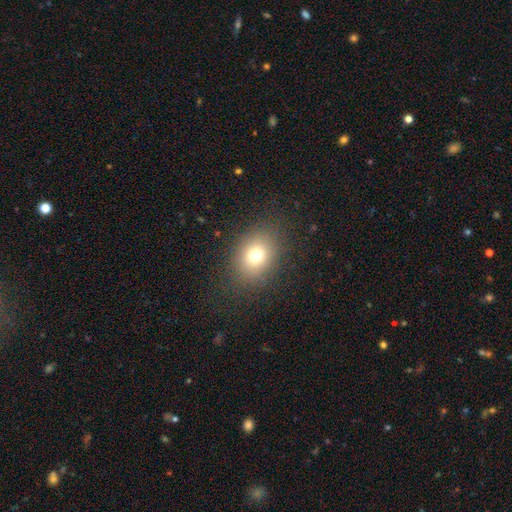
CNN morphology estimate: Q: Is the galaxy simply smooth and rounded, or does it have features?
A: smooth — 73%.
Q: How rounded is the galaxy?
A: in between — 50%.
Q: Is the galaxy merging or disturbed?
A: none — 84%.